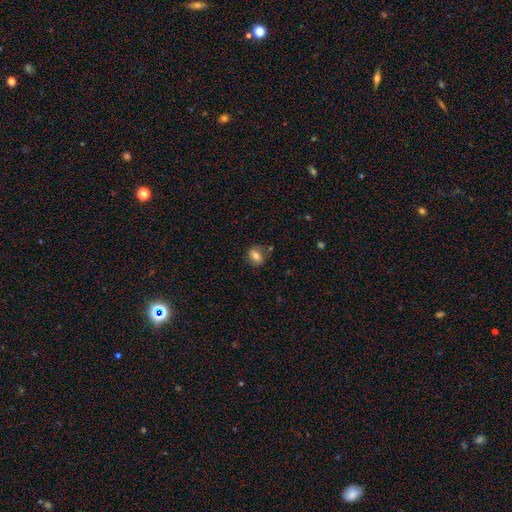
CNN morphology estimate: type=smooth (73%); roundness=in between (56%); merging=none (73%).